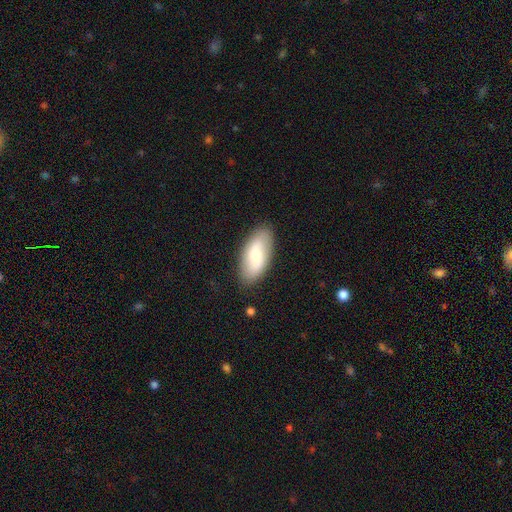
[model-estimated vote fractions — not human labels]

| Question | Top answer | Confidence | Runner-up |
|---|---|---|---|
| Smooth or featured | smooth | 64% | featured or disk (30%) |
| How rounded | in between | 91% | cigar-shaped (6%) |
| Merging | none | 85% | minor disturbance (11%) |